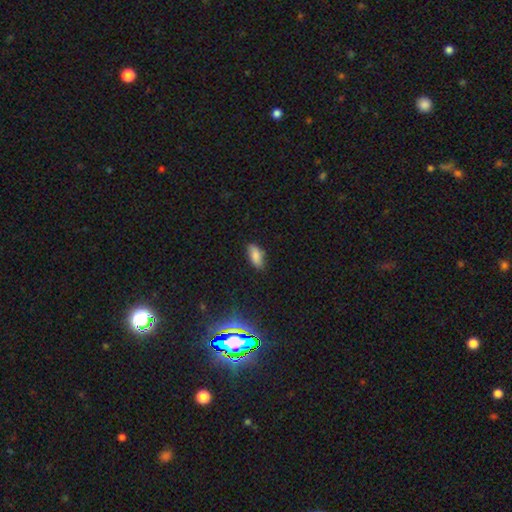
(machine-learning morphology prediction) The model was most divided on "merging": none: 79%, minor disturbance: 16%, major disturbance: 3%, merger: 2%. More confident: how rounded — in between (86%); smooth or featured — smooth (82%).